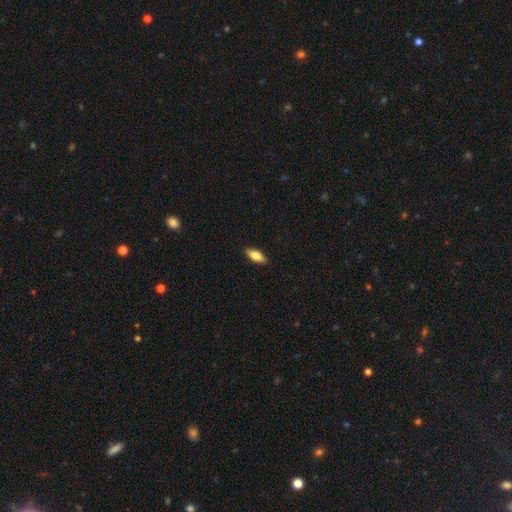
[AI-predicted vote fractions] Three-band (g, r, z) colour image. It shows a smooth galaxy with no disk features (73%) that is in between round and cigar-shaped (75%). Merging: none (90%).